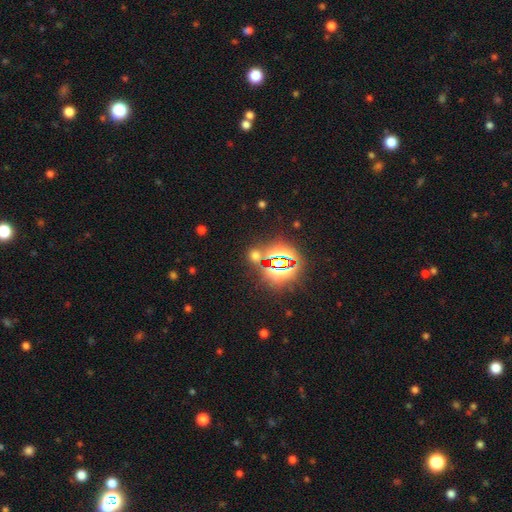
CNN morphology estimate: star or artifact 59%, smooth 35%, featured or disk 7%.